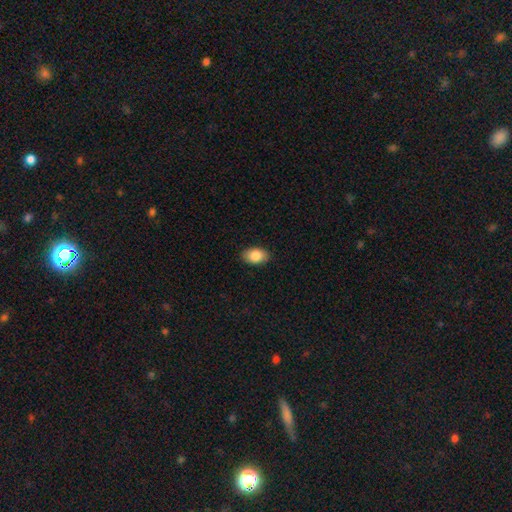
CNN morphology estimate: Smooth or featured? smooth (86%)
How rounded? in between (87%)
Merging? none (88%)